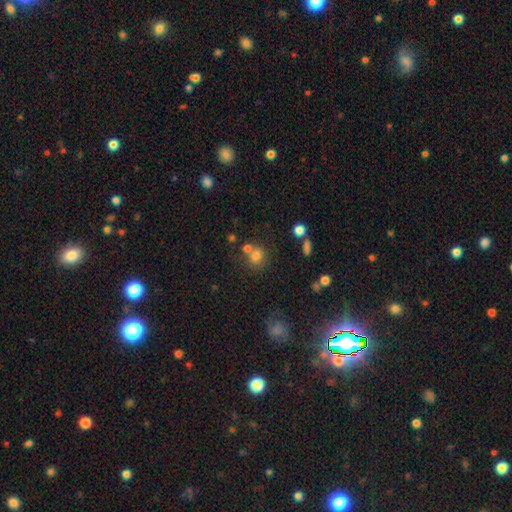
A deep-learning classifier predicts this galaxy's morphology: smooth 75%, star or artifact 15%, featured or disk 10%. Down the decision tree: how rounded — round (75%); merging — none (55%).